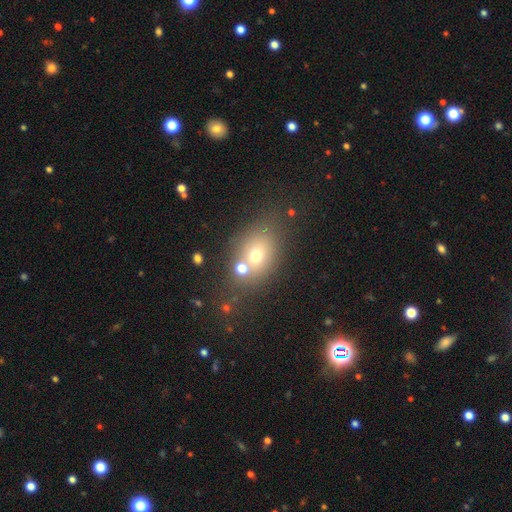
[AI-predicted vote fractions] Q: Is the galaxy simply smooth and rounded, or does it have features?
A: smooth — 64%.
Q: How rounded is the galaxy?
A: in between — 64%.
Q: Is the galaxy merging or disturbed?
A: none — 56%.